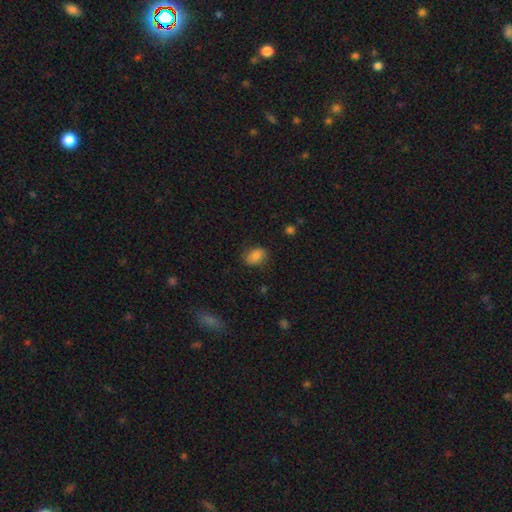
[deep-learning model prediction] smooth_or_featured: smooth (p=0.81) [alt: featured or disk p=0.11]
how_rounded: in between (p=0.75) [alt: round p=0.24]
merging: none (p=0.78) [alt: minor disturbance p=0.17]